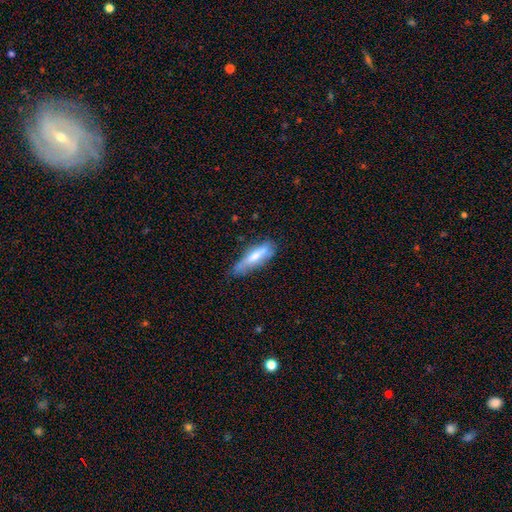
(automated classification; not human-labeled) Smooth or featured? Predicted: smooth (p=0.63). How rounded? Predicted: cigar-shaped (p=0.69). Merging? Predicted: none (p=0.59).